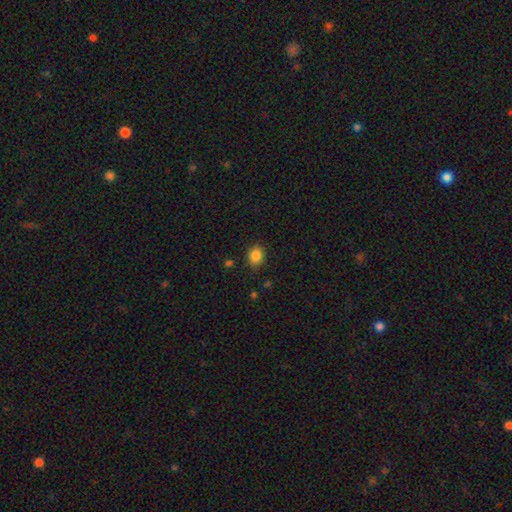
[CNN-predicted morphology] Smooth or featured? smooth (86%)
How rounded? round (67%)
Merging? none (83%)